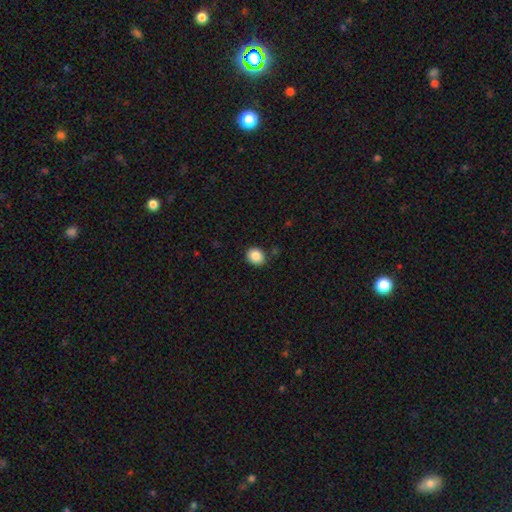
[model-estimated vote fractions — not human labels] Q: Smooth or featured?
A: smooth (87%); runner-up: star or artifact (8%)
Q: How rounded?
A: round (60%); runner-up: in between (39%)
Q: Merging?
A: none (87%); runner-up: minor disturbance (9%)